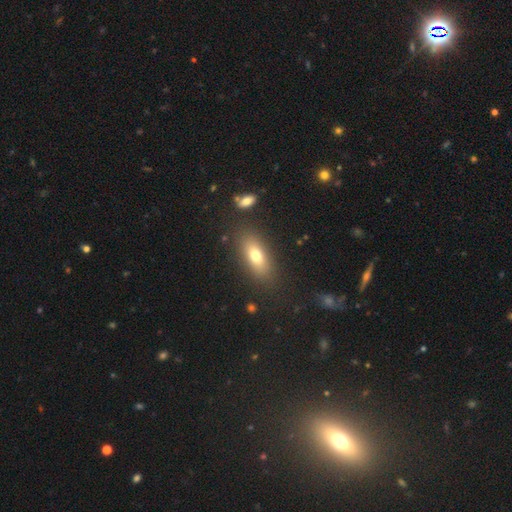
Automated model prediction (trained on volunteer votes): Smooth or featured: smooth — 73% (featured or disk — 18%)
How rounded: in between — 79% (cigar-shaped — 16%)
Merging: none — 83% (minor disturbance — 10%)